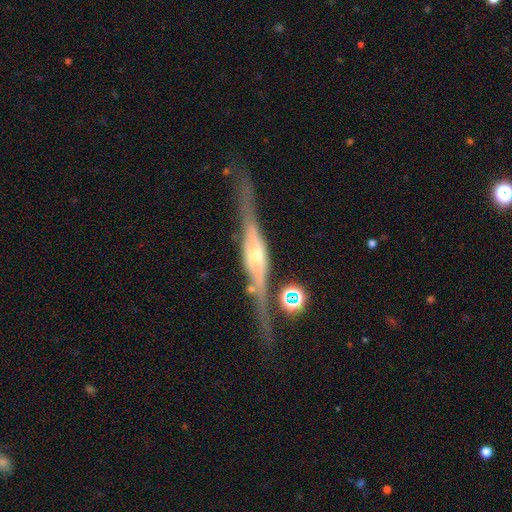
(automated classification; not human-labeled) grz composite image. It shows a featured or disk galaxy (86%) viewed edge-on (94%) with a rounded central bulge (69%). Merging: none (76%).